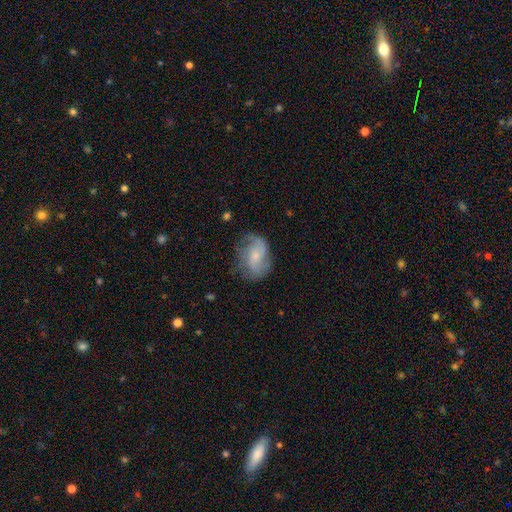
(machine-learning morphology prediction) The model was most divided on "spiral winding": loose: 49%, medium: 37%, tight: 15%. More confident: edge-on disk — no (97%); spiral arms — yes (88%); smooth or featured — featured or disk (63%); merging — none (58%); spiral arm count — 2 (58%); bar — no (57%); bulge size — small (57%).